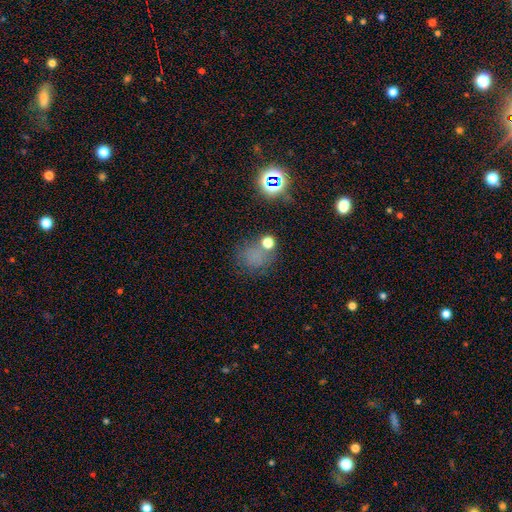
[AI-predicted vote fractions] smooth-or-featured: smooth: 58% | star or artifact: 32% | featured or disk: 10%
  how-rounded: round: 76% | in between: 23% | cigar-shaped: 1%
  merging: none: 62% | minor disturbance: 18% | merger: 10% | major disturbance: 10%